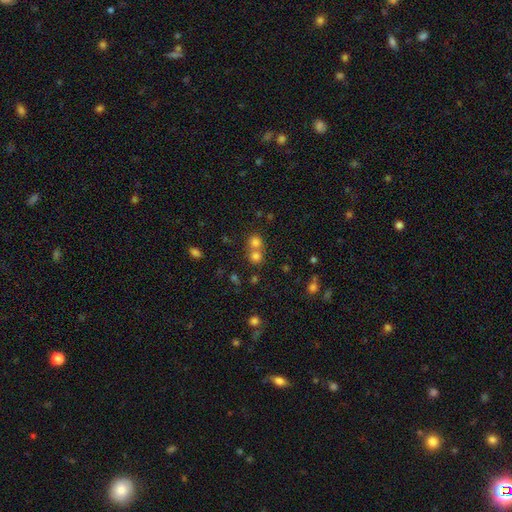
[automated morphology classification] Smooth or featured? smooth (73%)
How rounded? round (86%)
Merging? merger (47%)